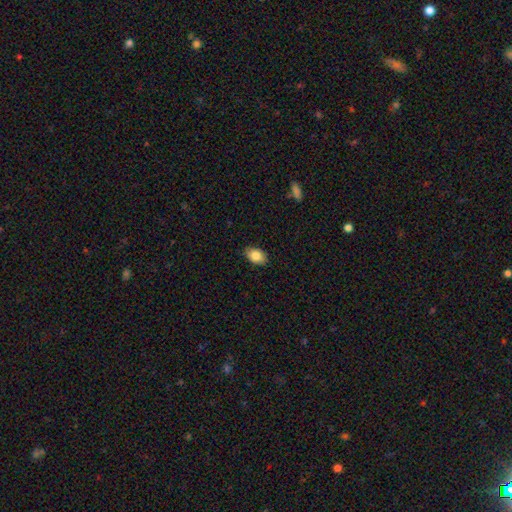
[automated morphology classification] Overall: smooth (85%). How rounded: in between (84%). Merging: none (85%).